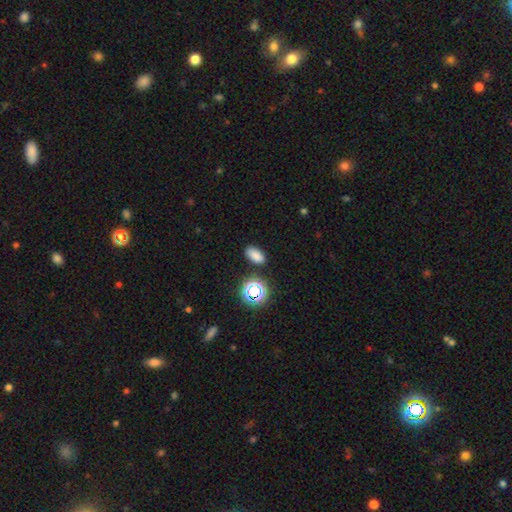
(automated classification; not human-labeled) Morphology: type=smooth (76%); roundness=in between (89%); merging=none (84%).